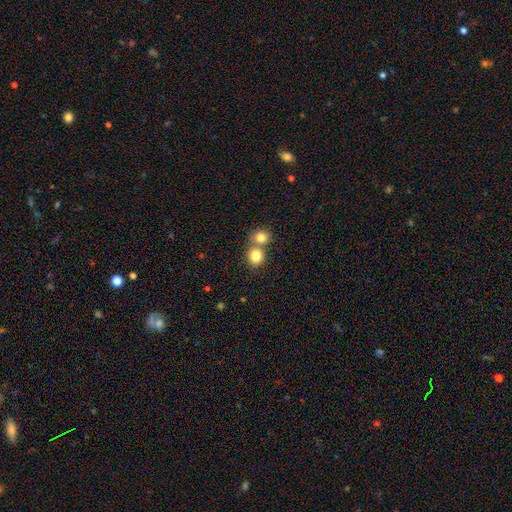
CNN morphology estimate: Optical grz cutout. It shows a smooth galaxy with no disk features (82%) that is round (81%). Merging: merger (47%).